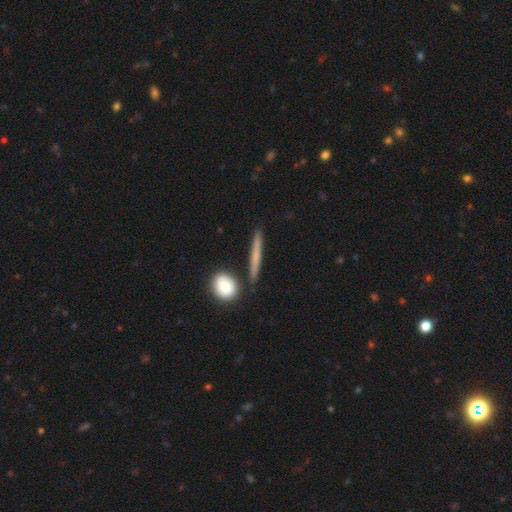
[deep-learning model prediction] A smooth galaxy with no disk features (59%) that is cigar-shaped (89%).

Vote fractions:
- Smooth or featured? smooth: 59% / featured or disk: 34% / star or artifact: 7%
- How rounded? cigar-shaped: 89% / in between: 6% / round: 6%
- Merging? none: 86% / minor disturbance: 7% / merger: 4% / major disturbance: 2%